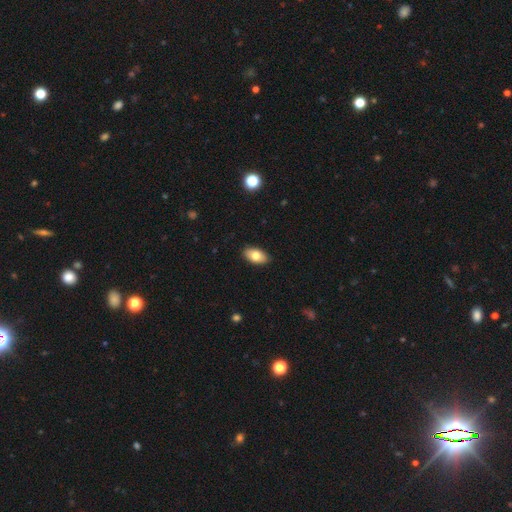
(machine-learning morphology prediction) A smooth galaxy with no disk features (79%) that is in between round and cigar-shaped (93%).

Vote fractions:
- Smooth or featured? smooth: 79% / featured or disk: 14% / star or artifact: 7%
- How rounded? in between: 93% / round: 5% / cigar-shaped: 2%
- Merging? none: 89% / minor disturbance: 9% / major disturbance: 2% / merger: 1%